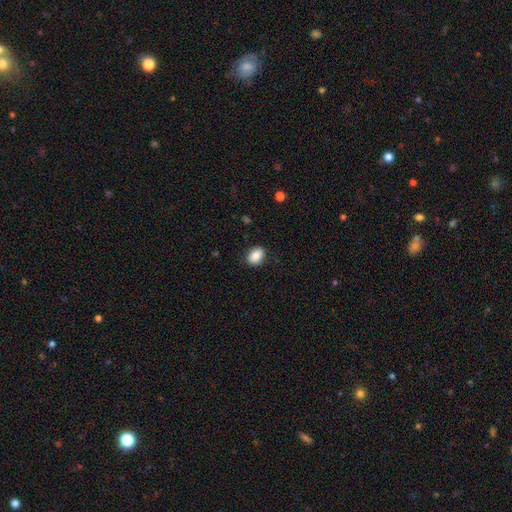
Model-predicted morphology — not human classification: Overall: smooth (85%). How rounded: in between (68%; round 31%). Merging: none (87%).